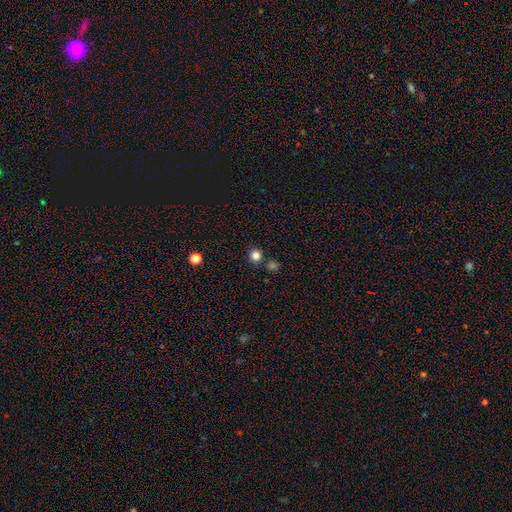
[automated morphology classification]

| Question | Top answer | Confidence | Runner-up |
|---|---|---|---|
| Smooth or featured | smooth | 82% | star or artifact (15%) |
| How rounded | round | 93% | in between (6%) |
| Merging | none | 83% | merger (8%) |